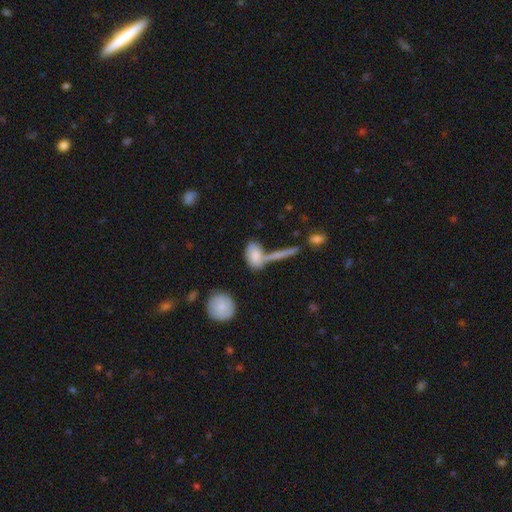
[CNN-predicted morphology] Smooth or featured?
  - smooth: 73% *
  - featured or disk: 19%
  - star or artifact: 7%
How rounded?
  - in between: 79% *
  - cigar-shaped: 12%
  - round: 9%
Merging?
  - none: 43% *
  - merger: 36%
  - minor disturbance: 14%
  - major disturbance: 8%